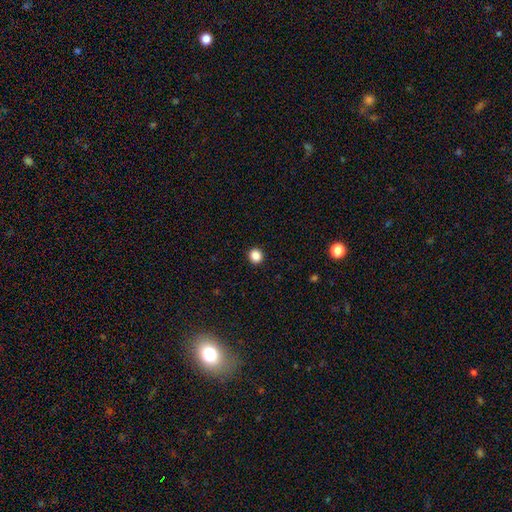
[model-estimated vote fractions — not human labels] Smooth or featured: smooth — 86% (star or artifact — 11%)
How rounded: round — 91% (in between — 8%)
Merging: none — 93% (minor disturbance — 4%)